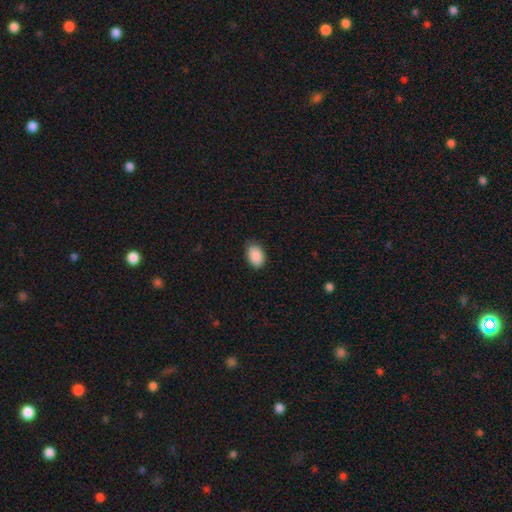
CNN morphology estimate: Overall: smooth (90%). How rounded: in between (90%). Merging: none (82%).